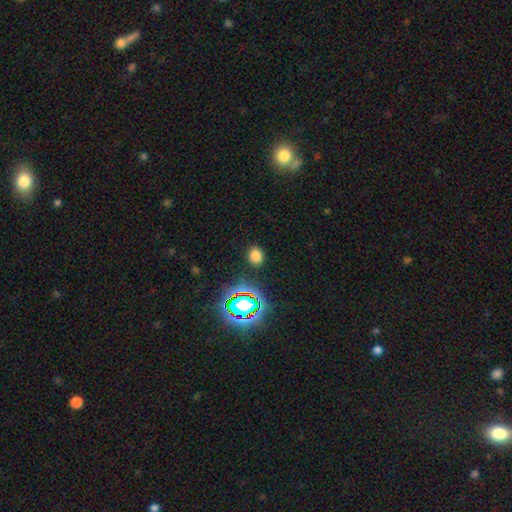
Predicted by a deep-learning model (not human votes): smooth 72%, star or artifact 22%, featured or disk 6%. Down the decision tree: how rounded — in between (56%); merging — none (87%).